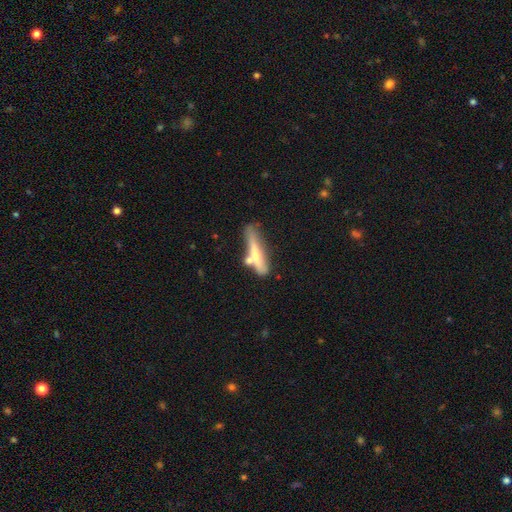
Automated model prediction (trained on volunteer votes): smooth_or_featured: smooth (p=0.48) [alt: featured or disk p=0.45]
merging: none (p=0.44) [alt: minor disturbance p=0.23]